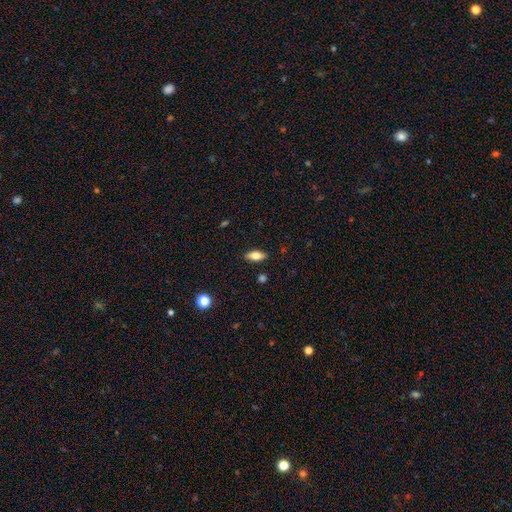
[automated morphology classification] smooth_or_featured: smooth (p=0.68) [alt: featured or disk p=0.24]
how_rounded: in between (p=0.77) [alt: cigar-shaped p=0.20]
merging: none (p=0.87) [alt: minor disturbance p=0.09]